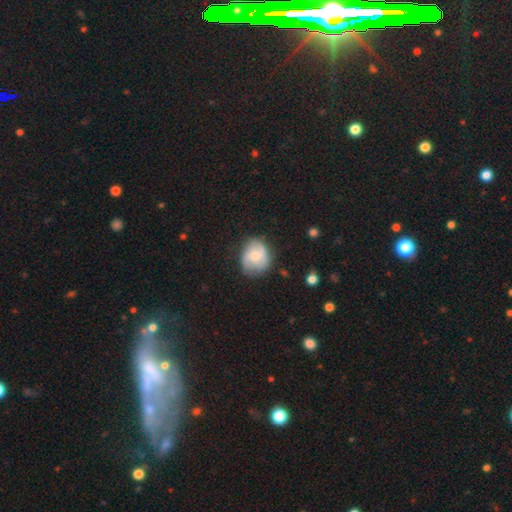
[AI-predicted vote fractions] Smooth or featured?
  - smooth: 51% *
  - featured or disk: 42%
  - star or artifact: 7%
How rounded?
  - round: 66% *
  - in between: 33%
  - cigar-shaped: 1%
Merging?
  - none: 63% *
  - minor disturbance: 25%
  - major disturbance: 10%
  - merger: 2%